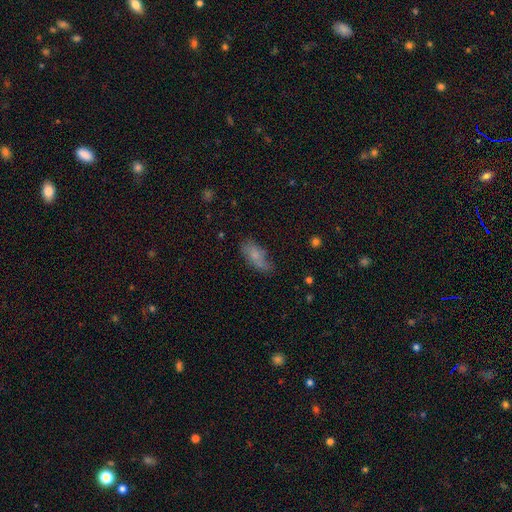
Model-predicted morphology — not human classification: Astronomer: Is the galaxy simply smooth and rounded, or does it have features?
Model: smooth — 71%.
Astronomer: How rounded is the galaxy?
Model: in between — 80%.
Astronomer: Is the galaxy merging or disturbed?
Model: none — 54% (runner-up: minor disturbance, 31%).